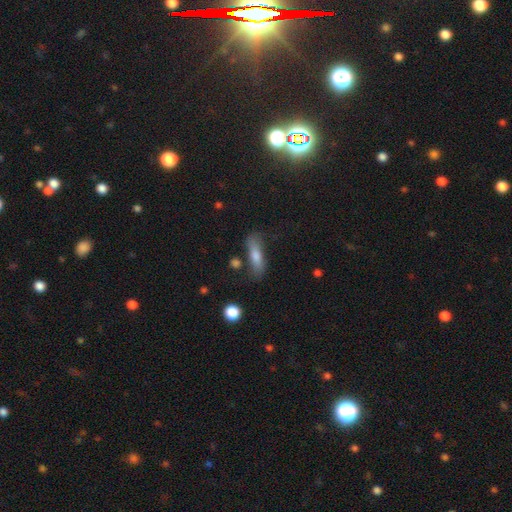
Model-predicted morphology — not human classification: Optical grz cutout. It shows a smooth galaxy with no disk features (66%) that is cigar-shaped (57%). Merging: none (68%).